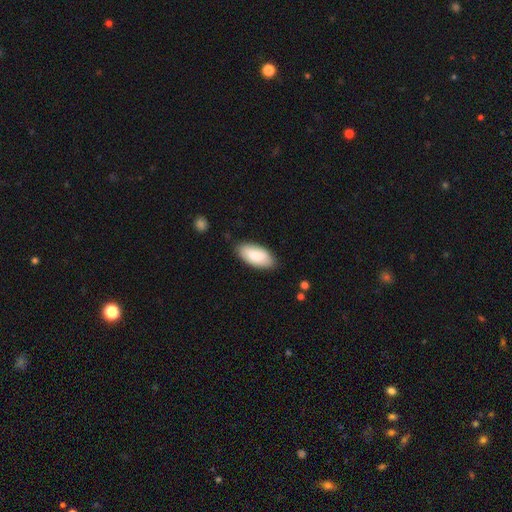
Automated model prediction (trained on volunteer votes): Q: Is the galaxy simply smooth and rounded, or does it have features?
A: smooth — 81%.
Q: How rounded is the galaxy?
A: in between — 91%.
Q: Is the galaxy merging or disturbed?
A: none — 81%.